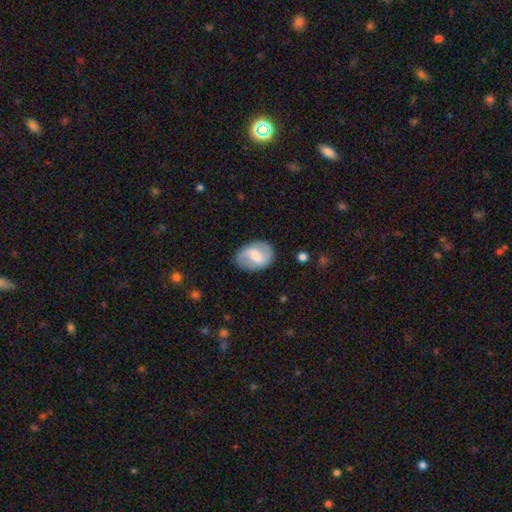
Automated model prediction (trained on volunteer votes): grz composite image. It shows a featured or disk galaxy (63%) with a weak bar (49%), spiral arms (78%) and a moderate central bulge (52%). Merging: none (81%).